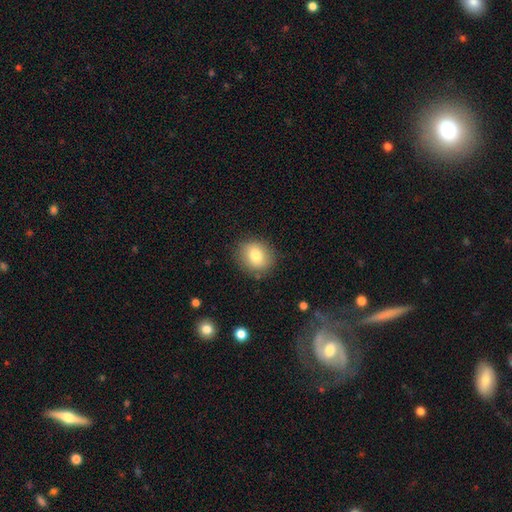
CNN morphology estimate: This appears to be a smooth galaxy with no disk features (78%) that is round (71%). Merging: none (86%).